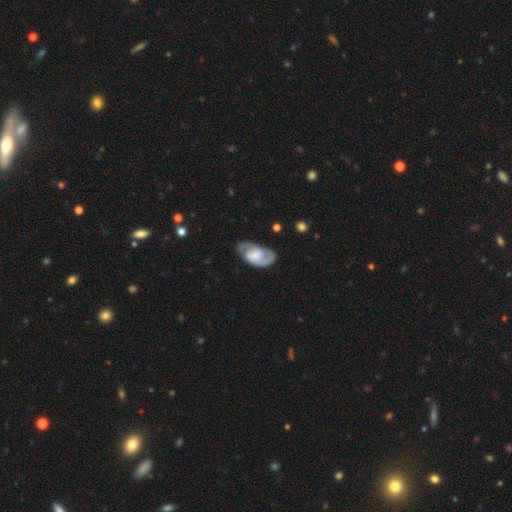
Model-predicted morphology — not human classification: type=featured or disk (72%); edge-on=no (96%); bar=no (65%); spiral arms=yes (90%); winding=medium (44%); arm count=2 (77%); bulge=small (45%); merging=none (69%).